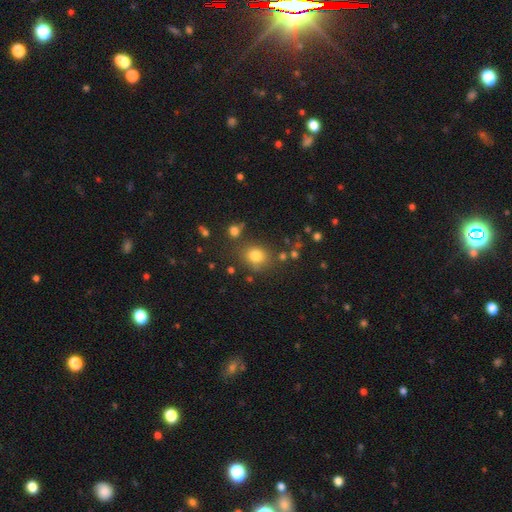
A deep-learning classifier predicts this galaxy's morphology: Smooth or featured? Predicted: smooth (p=0.78). How rounded? Predicted: round (p=0.69). Merging? Predicted: none (p=0.76).